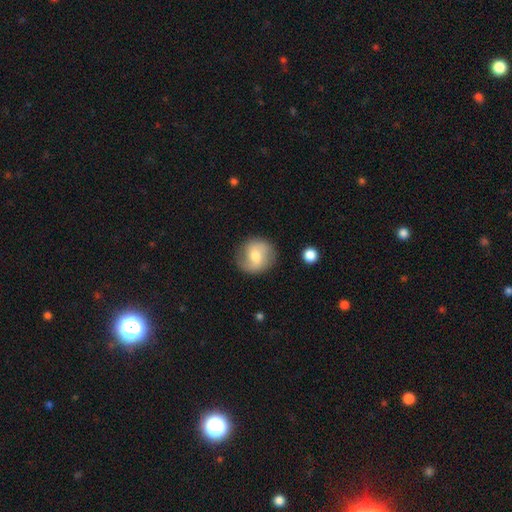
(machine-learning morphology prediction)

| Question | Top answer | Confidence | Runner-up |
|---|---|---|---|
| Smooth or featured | smooth | 49% | featured or disk (44%) |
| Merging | none | 82% | minor disturbance (12%) |